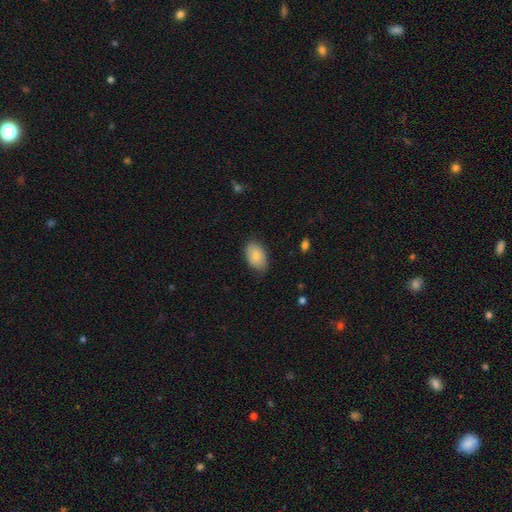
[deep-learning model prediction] Smooth or featured?
  - smooth: 79% *
  - featured or disk: 15%
  - star or artifact: 6%
How rounded?
  - in between: 90% *
  - round: 9%
  - cigar-shaped: 1%
Merging?
  - none: 73% *
  - minor disturbance: 22%
  - major disturbance: 4%
  - merger: 1%